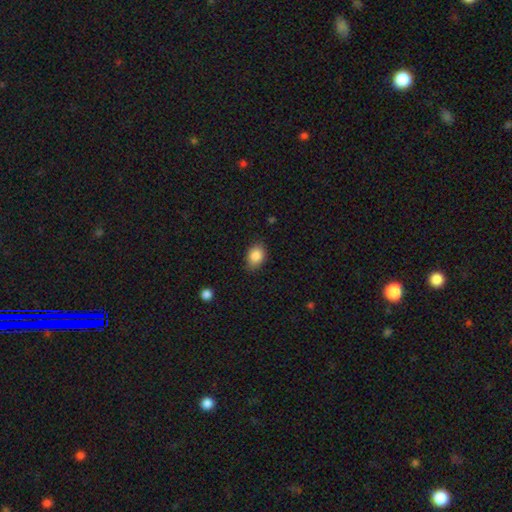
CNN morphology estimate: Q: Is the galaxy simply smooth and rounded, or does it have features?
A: smooth — 87%.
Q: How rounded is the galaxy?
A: in between — 74%.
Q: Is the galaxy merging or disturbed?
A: none — 79%.